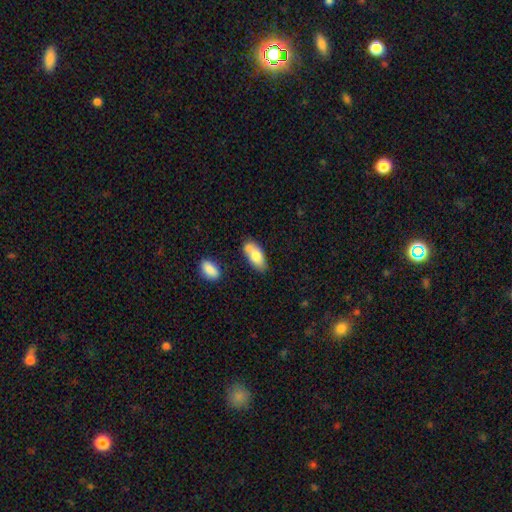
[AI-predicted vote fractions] smooth 74%, featured or disk 19%, star or artifact 7%. Down the decision tree: how rounded — in between (87%); merging — none (48%).